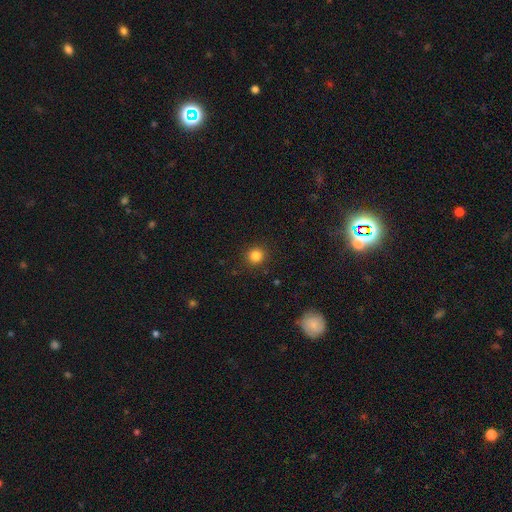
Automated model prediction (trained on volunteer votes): smooth-or-featured: smooth: 84% | star or artifact: 12% | featured or disk: 4%
  how-rounded: round: 92% | in between: 7% | cigar-shaped: 1%
  merging: none: 91% | minor disturbance: 6% | major disturbance: 2% | merger: 1%